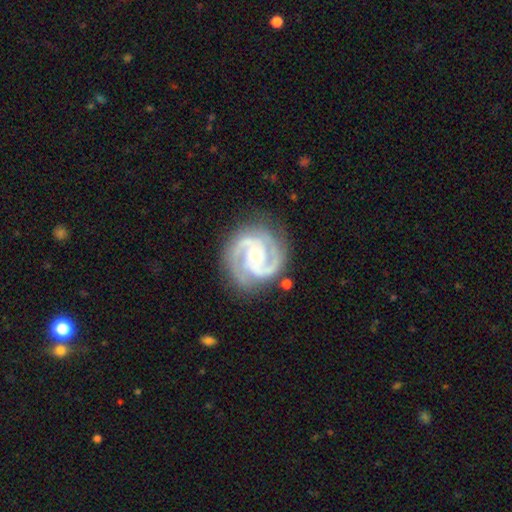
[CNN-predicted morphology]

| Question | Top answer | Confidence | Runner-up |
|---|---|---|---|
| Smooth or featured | featured or disk | 94% | star or artifact (4%) |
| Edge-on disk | no | 98% | yes (2%) |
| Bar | no | 53% | weak (32%) |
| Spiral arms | yes | 99% | no (1%) |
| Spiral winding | tight | 55% | medium (41%) |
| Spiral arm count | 2 | 73% | 3 (18%) |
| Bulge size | moderate | 57% | small (40%) |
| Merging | none | 82% | minor disturbance (13%) |